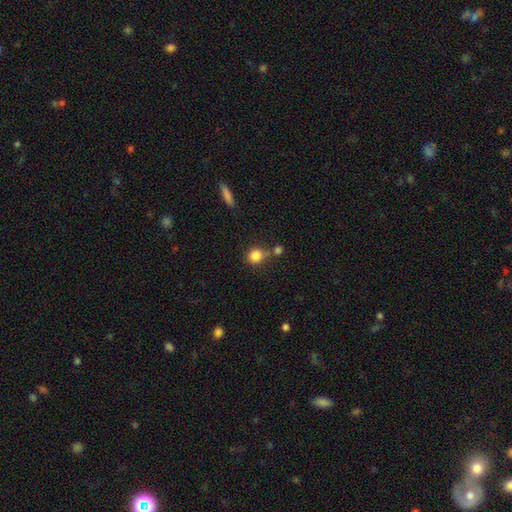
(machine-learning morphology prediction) A smooth galaxy with no disk features (85%) that is round (84%). Merging: none (60%).